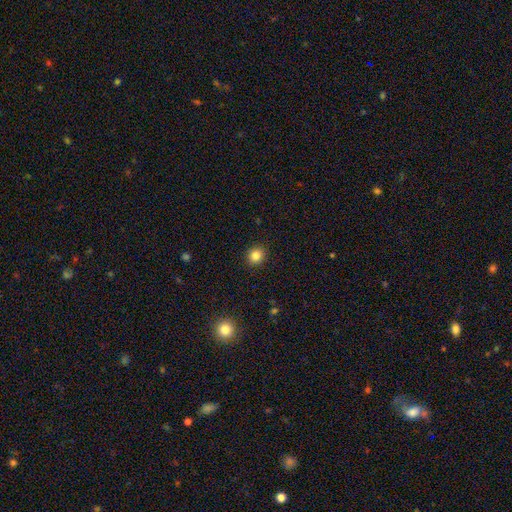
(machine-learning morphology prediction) A smooth galaxy with no disk features (84%) that is round (85%).

Vote fractions:
- Smooth or featured? smooth: 84% / star or artifact: 12% / featured or disk: 5%
- How rounded? round: 85% / in between: 14% / cigar-shaped: 1%
- Merging? none: 91% / minor disturbance: 6% / major disturbance: 2% / merger: 1%